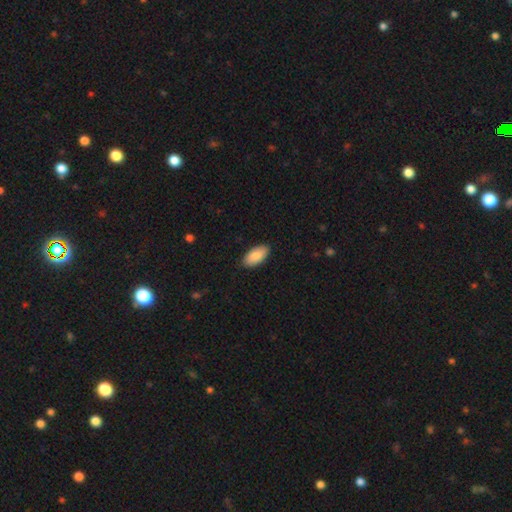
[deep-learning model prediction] Smooth or featured?
  - smooth: 86% *
  - featured or disk: 9%
  - star or artifact: 6%
How rounded?
  - in between: 94% *
  - cigar-shaped: 4%
  - round: 2%
Merging?
  - none: 88% *
  - minor disturbance: 9%
  - major disturbance: 2%
  - merger: 1%